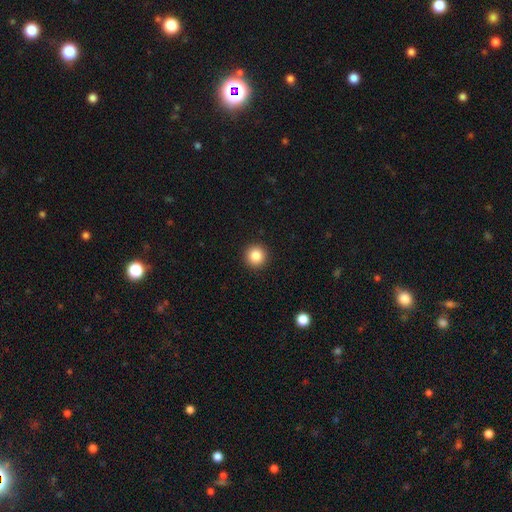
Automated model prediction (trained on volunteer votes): Smooth or featured? Predicted: smooth (p=0.86). How rounded? Predicted: round (p=0.96). Merging? Predicted: none (p=0.93).